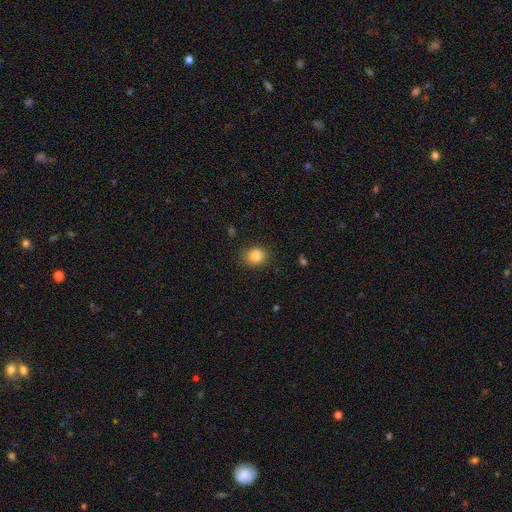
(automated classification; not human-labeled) This appears to be a smooth galaxy with no disk features (85%) that is round (71%). Merging: none (82%).